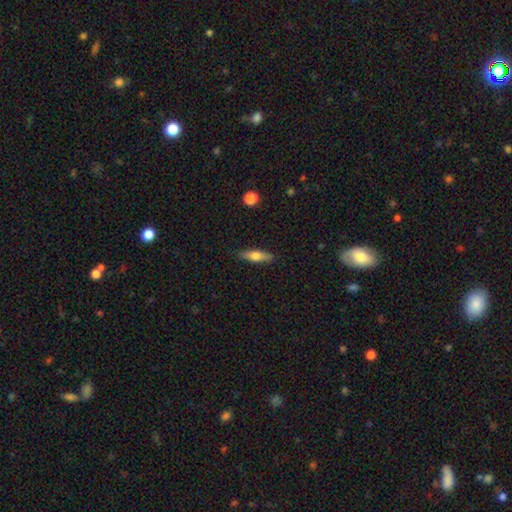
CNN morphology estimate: smooth_or_featured: smooth (p=0.59) [alt: featured or disk p=0.35]
how_rounded: cigar-shaped (p=0.62) [alt: in between p=0.36]
merging: none (p=0.89) [alt: minor disturbance p=0.08]